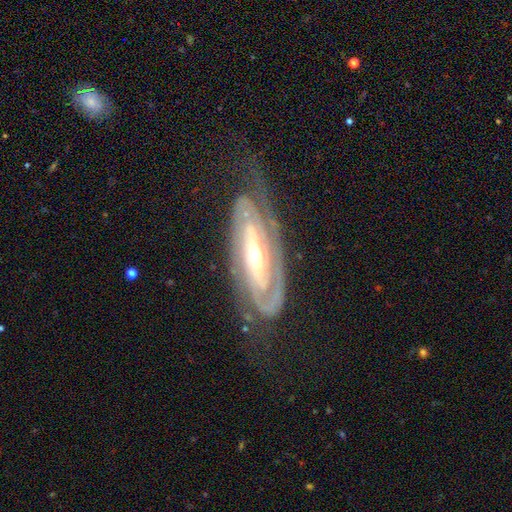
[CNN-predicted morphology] This is clearly a featured or disk galaxy (86%). It is clearly not viewed edge-on (88%). Bar: marginally no (42%). Spiral arm pattern: clearly yes (89%). Spiral arm count: possibly 2 (55%). Spiral winding: likely tight (63%). Central bulge: likely moderate (64%). Merging: possibly none (60%).